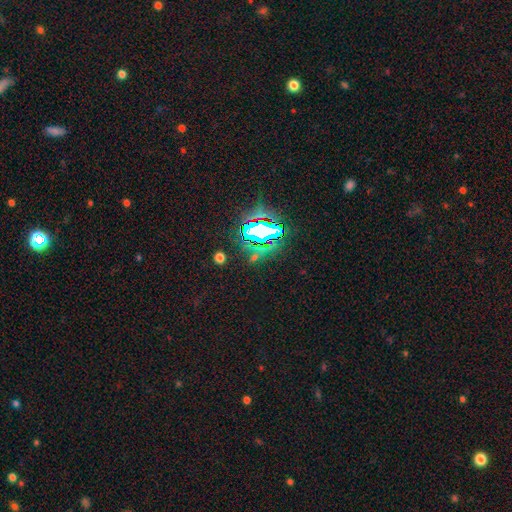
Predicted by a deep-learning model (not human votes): Morphology: type=star or artifact (76%).